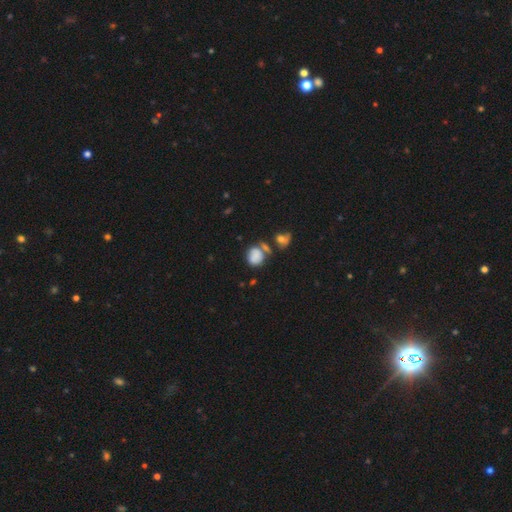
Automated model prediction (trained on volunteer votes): Smooth or featured? smooth (77%)
How rounded? round (60%)
Merging? none (46%)